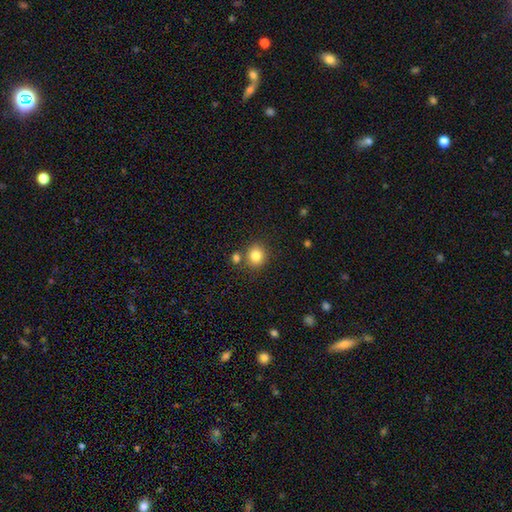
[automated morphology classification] This is clearly a smooth galaxy (83%). How rounded: clearly round (84%). Merging: likely none (76%).